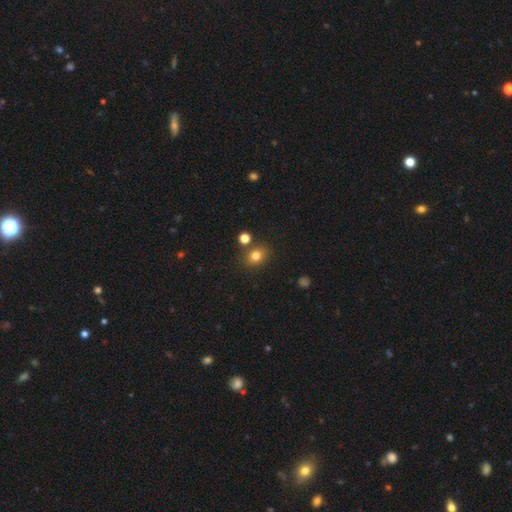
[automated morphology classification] This appears to be a smooth galaxy with no disk features (79%) that is round (65%). Merging: none (76%).